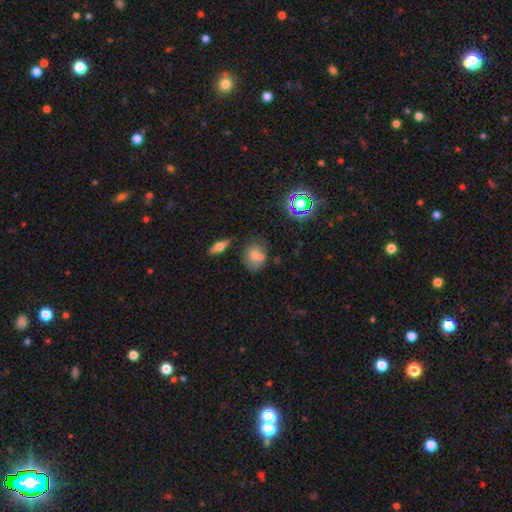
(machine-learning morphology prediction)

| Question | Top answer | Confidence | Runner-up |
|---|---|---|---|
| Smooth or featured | smooth | 62% | featured or disk (23%) |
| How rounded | in between | 51% | round (47%) |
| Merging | none | 53% | minor disturbance (22%) |